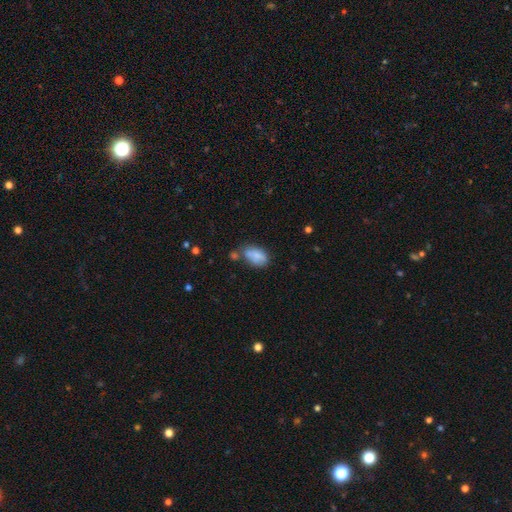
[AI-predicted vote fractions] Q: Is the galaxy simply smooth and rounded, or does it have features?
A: smooth — 78%.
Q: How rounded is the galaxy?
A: in between — 90%.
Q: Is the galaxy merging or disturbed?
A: none — 48%.